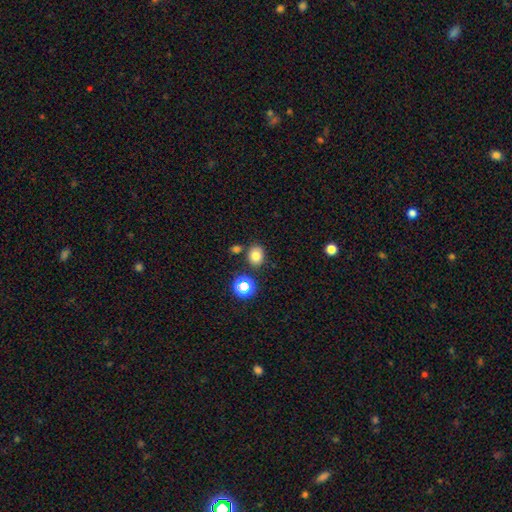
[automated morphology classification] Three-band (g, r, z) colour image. It shows a smooth galaxy with no disk features (76%) that is round (57%). Merging: none (78%).